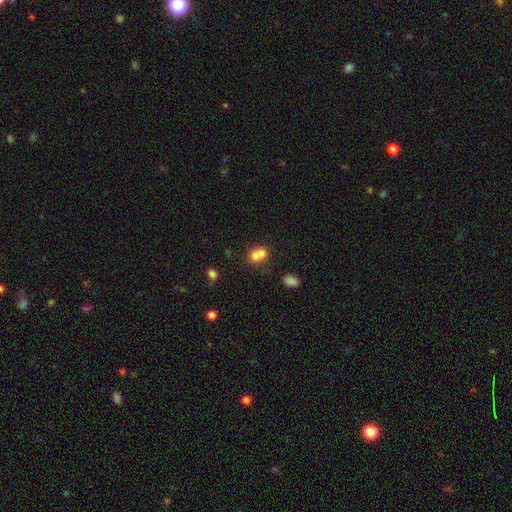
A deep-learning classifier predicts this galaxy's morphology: This is likely a smooth galaxy (70%). How rounded: likely round (66%). Merging: likely merger (66%).